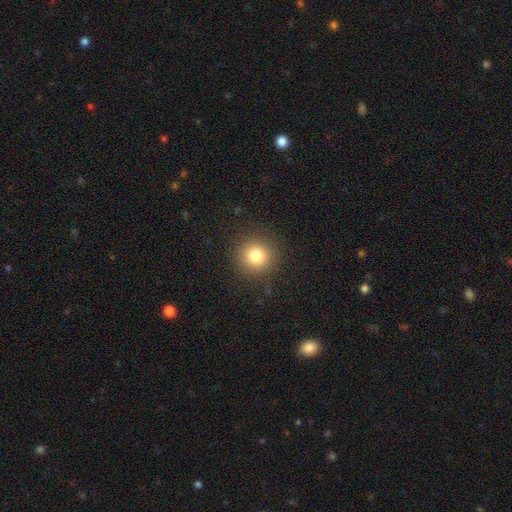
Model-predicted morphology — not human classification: A smooth galaxy with no disk features (81%) that is round (94%). Merging: none (89%).